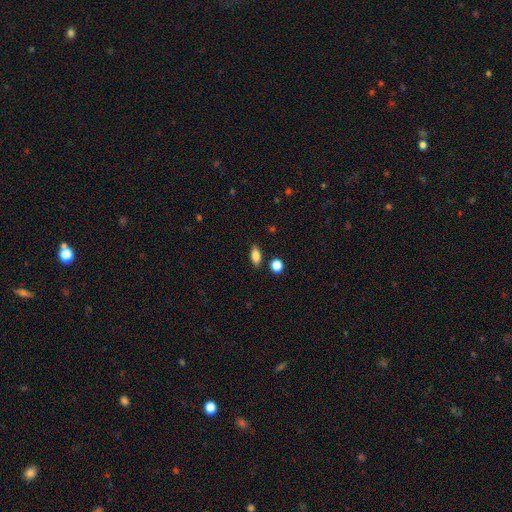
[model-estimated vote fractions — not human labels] This is clearly a smooth galaxy (83%). How rounded: clearly in between (84%). Merging: clearly none (85%).